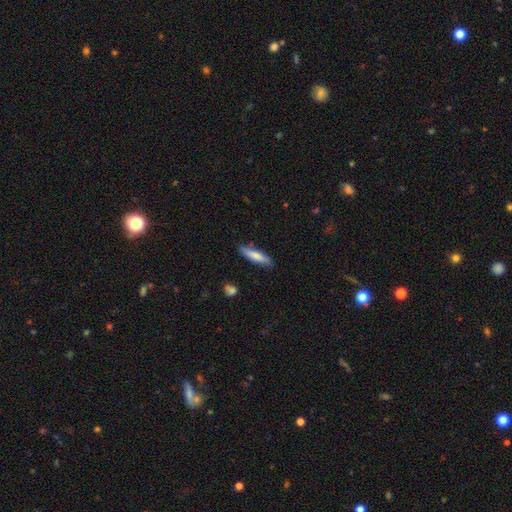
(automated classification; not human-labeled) Smooth or featured?
  - smooth: 74% *
  - featured or disk: 21%
  - star or artifact: 6%
How rounded?
  - cigar-shaped: 80% *
  - in between: 19%
  - round: 1%
Merging?
  - none: 80% *
  - minor disturbance: 15%
  - major disturbance: 3%
  - merger: 2%